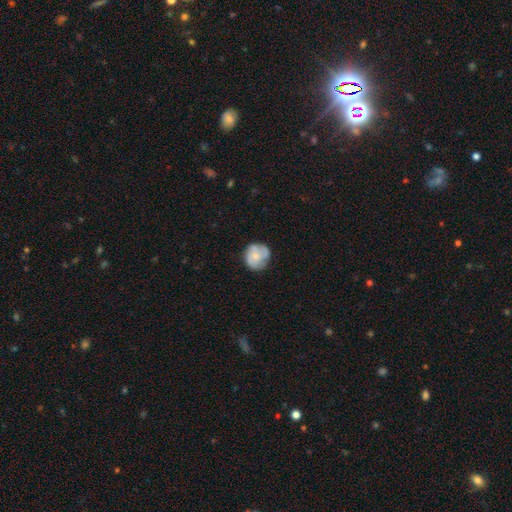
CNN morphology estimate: Smooth or featured? Predicted: smooth (p=0.56). How rounded? Predicted: round (p=0.84). Merging? Predicted: none (p=0.67).